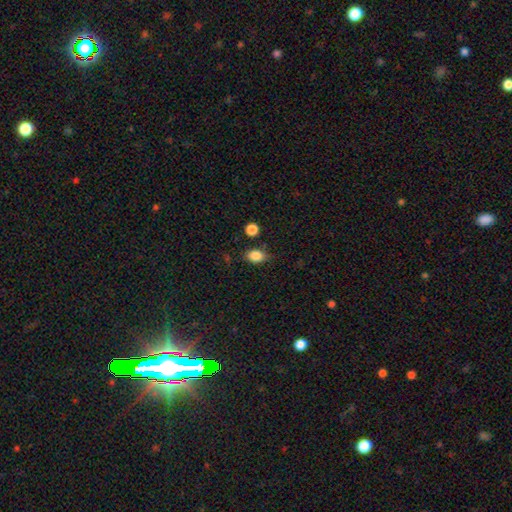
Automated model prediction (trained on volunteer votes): This appears to be a smooth galaxy with no disk features (86%) that is in between round and cigar-shaped (71%). Merging: none (75%).